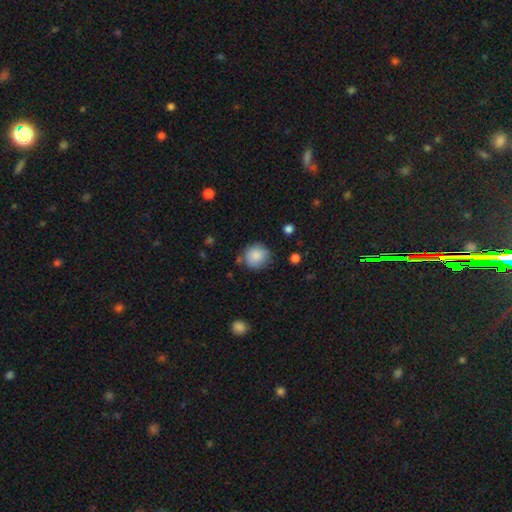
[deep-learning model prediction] Morphology: type=smooth (86%); roundness=round (89%); merging=none (76%).